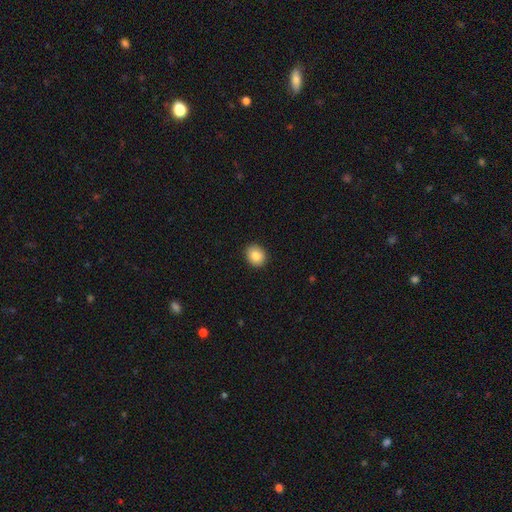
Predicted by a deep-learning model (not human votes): A smooth galaxy with no disk features (84%) that is round (69%).

Vote fractions:
- Smooth or featured? smooth: 84% / star or artifact: 8% / featured or disk: 8%
- How rounded? round: 69% / in between: 30% / cigar-shaped: 1%
- Merging? none: 91% / minor disturbance: 7% / major disturbance: 2% / merger: 1%